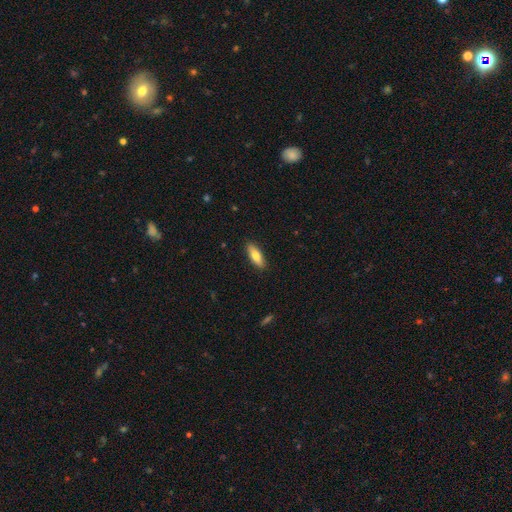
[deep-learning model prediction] smooth 77%, featured or disk 17%, star or artifact 6%. Down the decision tree: how rounded — in between (59%); merging — none (89%).